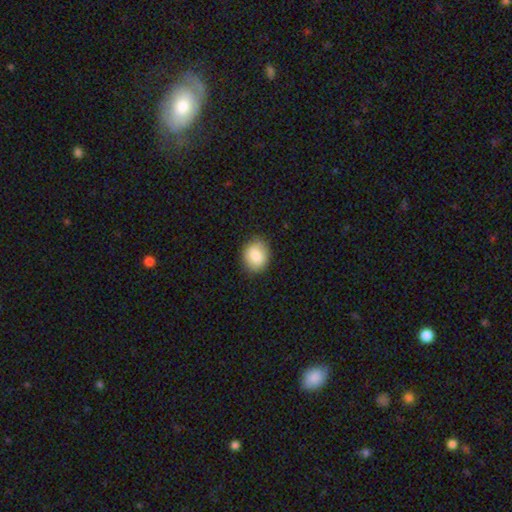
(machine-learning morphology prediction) Smooth or featured? Predicted: smooth (p=0.87). How rounded? Predicted: round (p=0.52). Merging? Predicted: none (p=0.85).